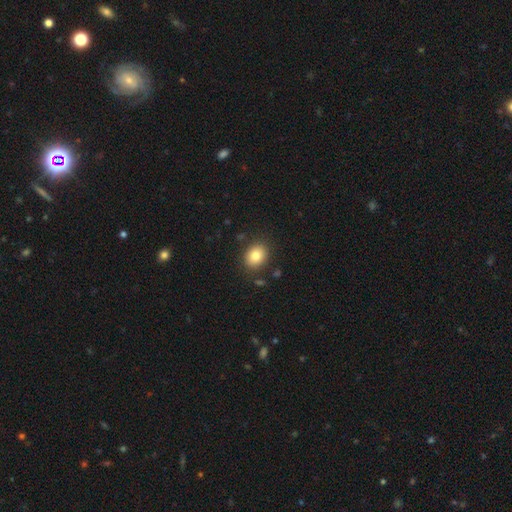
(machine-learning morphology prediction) Smooth or featured?
  - smooth: 82% *
  - featured or disk: 9%
  - star or artifact: 9%
How rounded?
  - in between: 53% *
  - round: 46%
  - cigar-shaped: 1%
Merging?
  - none: 86% *
  - minor disturbance: 9%
  - major disturbance: 3%
  - merger: 2%